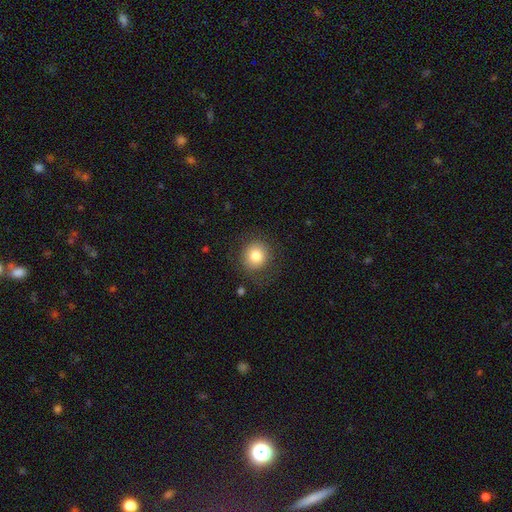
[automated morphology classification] Smooth or featured? Predicted: smooth (p=0.81). How rounded? Predicted: round (p=0.90). Merging? Predicted: none (p=0.83).